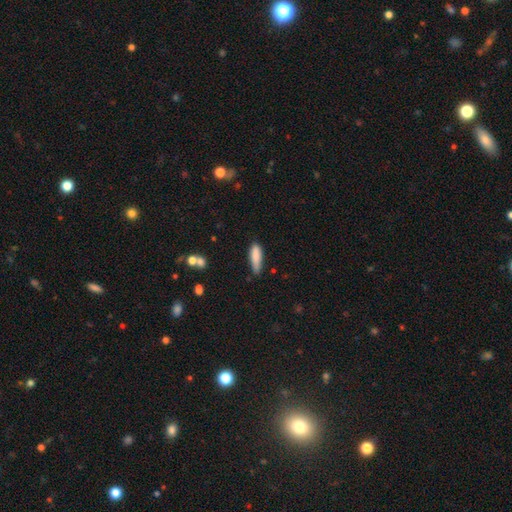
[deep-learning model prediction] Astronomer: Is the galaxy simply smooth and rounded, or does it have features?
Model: smooth — 84%.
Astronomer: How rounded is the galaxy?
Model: cigar-shaped — 57% (runner-up: in between, 41%).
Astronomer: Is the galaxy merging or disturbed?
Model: none — 58%.